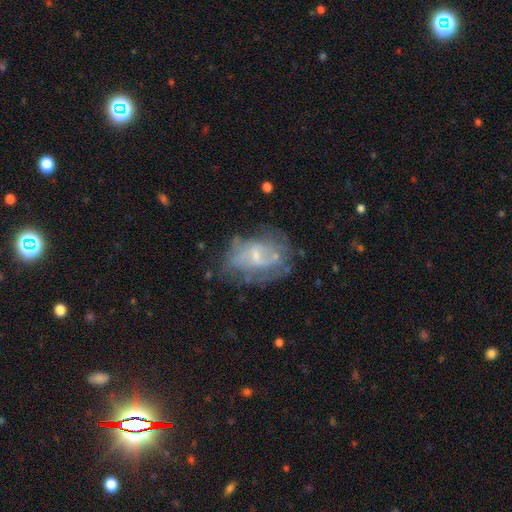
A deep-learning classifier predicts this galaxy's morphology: Smooth or featured?
  - featured or disk: 63% *
  - smooth: 27%
  - star or artifact: 10%
Edge-on disk?
  - no: 96% *
  - yes: 4%
Bar?
  - no: 52% *
  - weak: 40%
  - strong: 8%
Spiral arms?
  - yes: 52% *
  - no: 48%
Bulge size?
  - small: 57% *
  - moderate: 25%
  - none: 15%
  - large: 2%
  - dominant: 1%
Merging?
  - none: 47% *
  - minor disturbance: 25%
  - major disturbance: 23%
  - merger: 5%